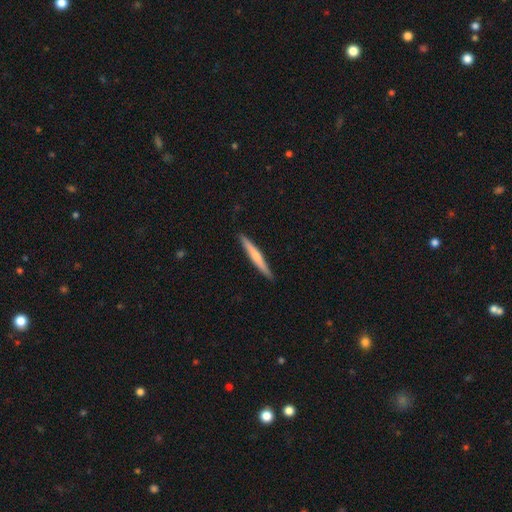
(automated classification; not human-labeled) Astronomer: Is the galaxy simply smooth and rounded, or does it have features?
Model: smooth — 54% (runner-up: featured or disk, 41%).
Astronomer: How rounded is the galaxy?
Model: cigar-shaped — 96%.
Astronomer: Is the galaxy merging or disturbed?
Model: none — 90%.